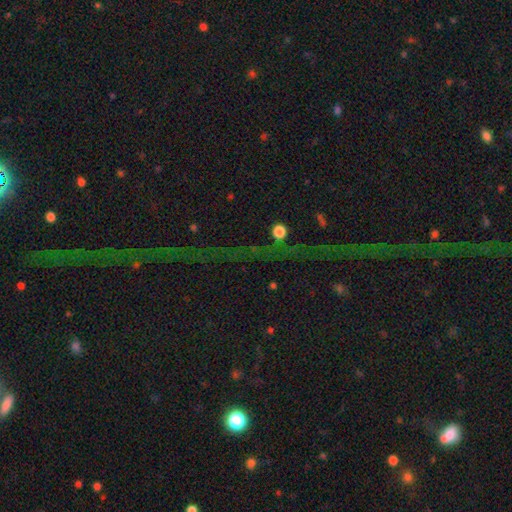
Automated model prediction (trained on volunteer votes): A star or artifact, not a galaxy (78%).

Vote fractions:
- Smooth or featured? star or artifact: 78% / featured or disk: 12% / smooth: 10%